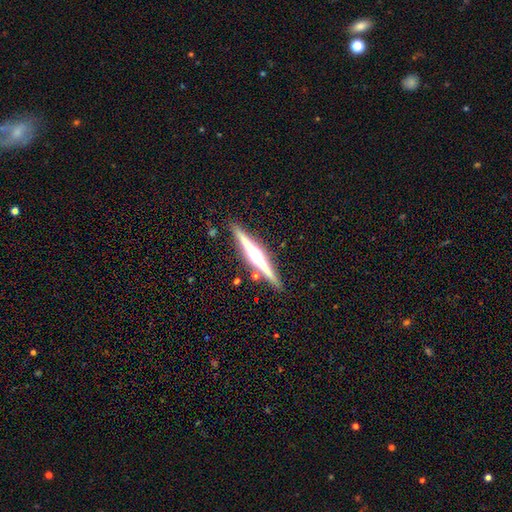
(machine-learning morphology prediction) The model was most divided on "smooth or featured": featured or disk: 76%, smooth: 18%, star or artifact: 6%. More confident: edge-on disk — yes (98%); merging — none (88%); edge-on bulge — rounded (74%).